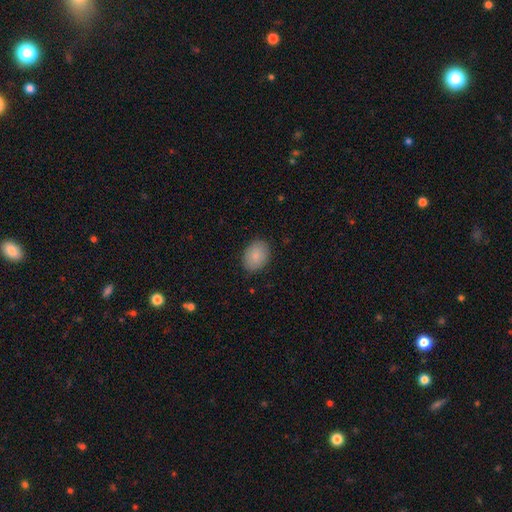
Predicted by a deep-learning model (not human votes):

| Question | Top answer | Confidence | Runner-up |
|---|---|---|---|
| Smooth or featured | smooth | 86% | star or artifact (7%) |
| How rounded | in between | 66% | round (33%) |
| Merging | none | 86% | minor disturbance (10%) |